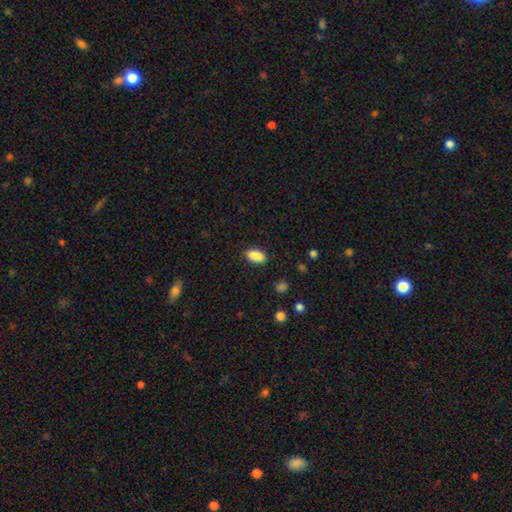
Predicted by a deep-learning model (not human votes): smooth-or-featured: smooth: 88% | star or artifact: 8% | featured or disk: 4%
  how-rounded: in between: 92% | round: 4% | cigar-shaped: 4%
  merging: none: 88% | minor disturbance: 9% | major disturbance: 2% | merger: 1%